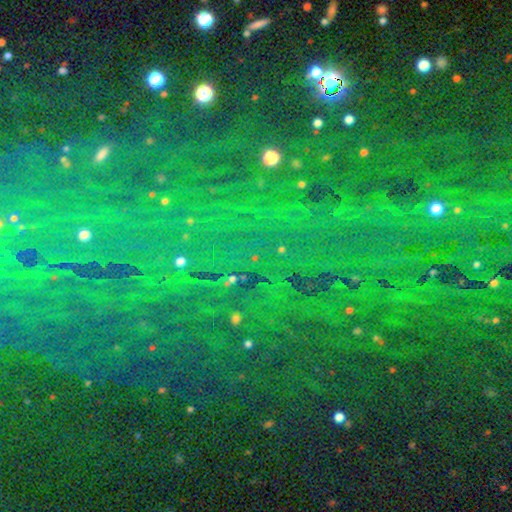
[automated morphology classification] Overall: star or artifact (83%).